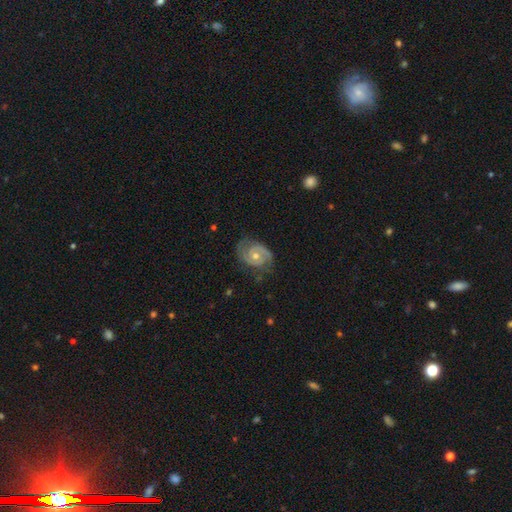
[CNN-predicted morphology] smooth_or_featured: featured or disk (p=0.85) [alt: smooth p=0.09]
disk_edge_on: no (p=0.97) [alt: yes p=0.03]
bar: no (p=0.69) [alt: weak p=0.26]
has_spiral_arms: yes (p=0.95) [alt: no p=0.05]
spiral_winding: tight (p=0.52) [alt: medium p=0.39]
spiral_arm_count: 2 (p=0.85) [alt: can't tell p=0.07]
bulge_size: moderate (p=0.57) [alt: small p=0.39]
merging: none (p=0.75) [alt: minor disturbance p=0.18]